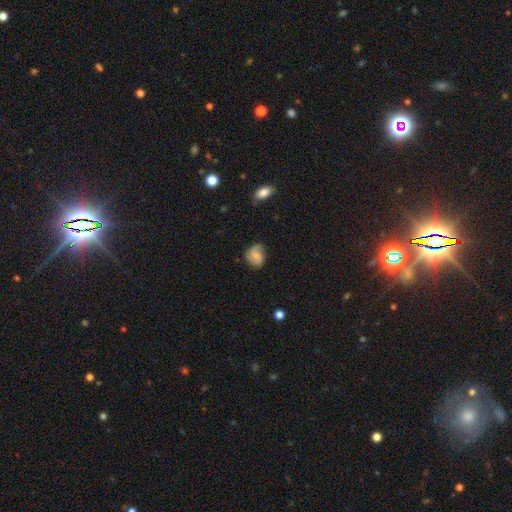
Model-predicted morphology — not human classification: Smooth or featured? smooth (52%)
How rounded? round (53%)
Merging? none (60%)